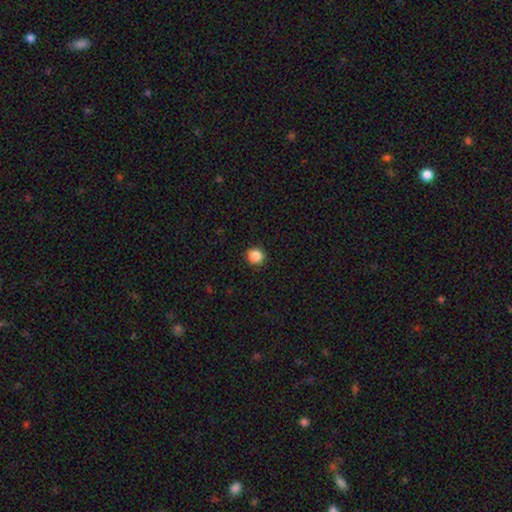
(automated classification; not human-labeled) This appears to be a smooth galaxy with no disk features (86%) that is round (92%). Merging: none (90%).